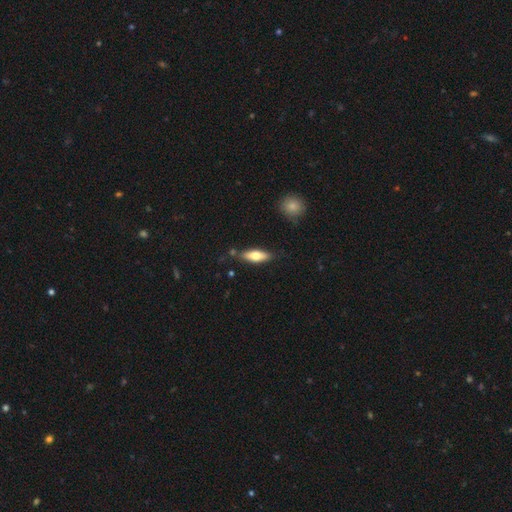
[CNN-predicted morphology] Smooth or featured? Predicted: smooth (p=0.65). How rounded? Predicted: in between (p=0.55). Merging? Predicted: none (p=0.79).